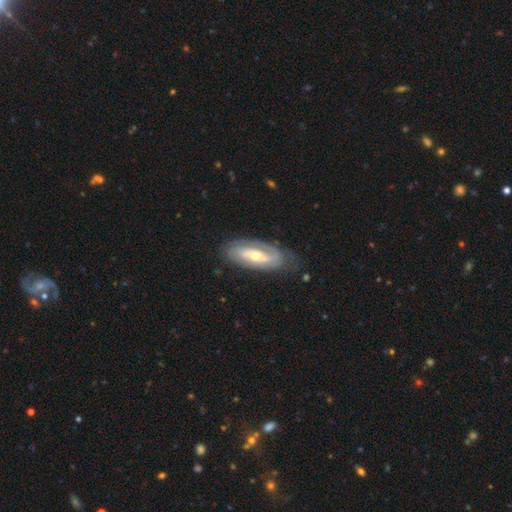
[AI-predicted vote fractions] Overall: featured or disk (78%). Edge-on disk: no (90%). Bar: no (44%; weak 33%). Spiral arms: yes (84%). Spiral arm count: 2 (59%; can't tell 25%). Spiral winding: tight (52%; medium 33%). Bulge size: moderate (55%; small 40%). Merging: none (73%).